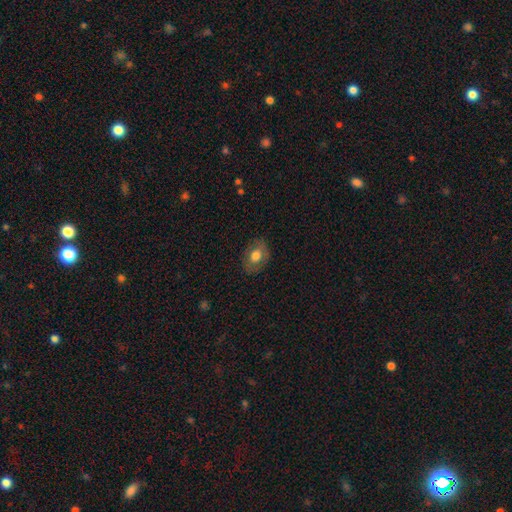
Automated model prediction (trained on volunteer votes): A smooth galaxy with no disk features (68%) that is in between round and cigar-shaped (68%).

Vote fractions:
- Smooth or featured? smooth: 68% / featured or disk: 24% / star or artifact: 8%
- How rounded? in between: 68% / round: 31% / cigar-shaped: 1%
- Merging? none: 81% / minor disturbance: 13% / major disturbance: 4% / merger: 1%